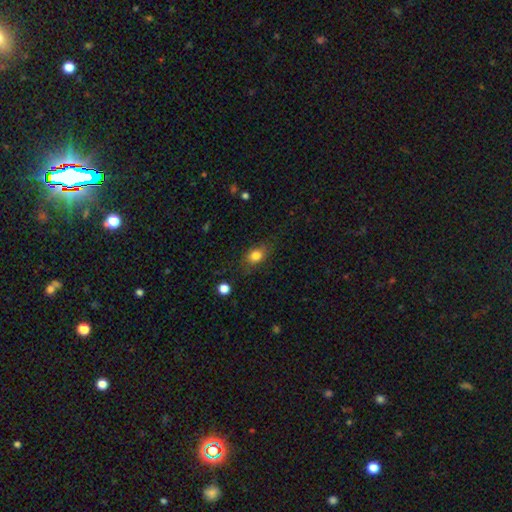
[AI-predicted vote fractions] Smooth or featured? Predicted: smooth (p=0.80). How rounded? Predicted: in between (p=0.67). Merging? Predicted: none (p=0.75).